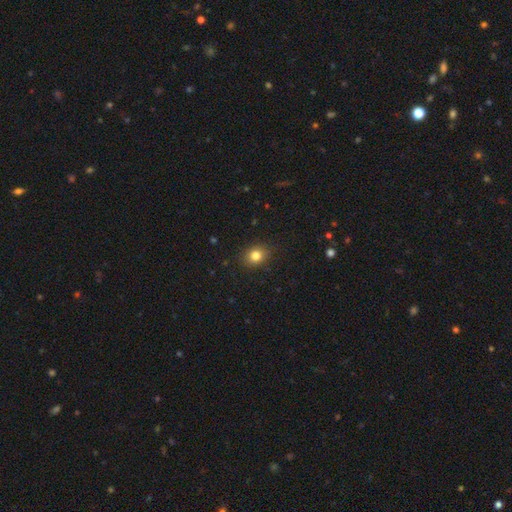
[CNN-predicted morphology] smooth 81%, star or artifact 12%, featured or disk 7%. Down the decision tree: how rounded — round (56%); merging — none (88%).